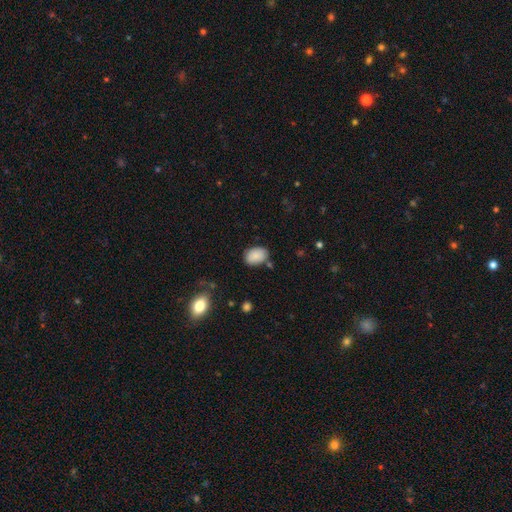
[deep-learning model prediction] The model was most divided on "merging": none: 74%, minor disturbance: 17%, merger: 5%, major disturbance: 4%. More confident: smooth or featured — smooth (88%); how rounded — in between (83%).